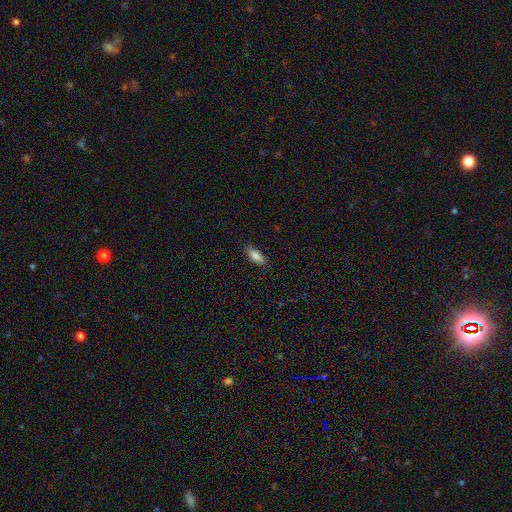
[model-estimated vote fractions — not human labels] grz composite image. It shows a smooth galaxy with no disk features (85%) that is in between round and cigar-shaped (74%). Merging: none (85%).